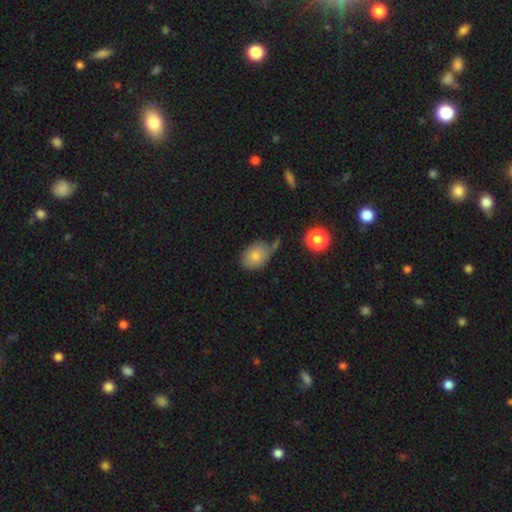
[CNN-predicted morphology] A smooth galaxy with no disk features (78%) that is in between round and cigar-shaped (63%). Merging: none (48%).